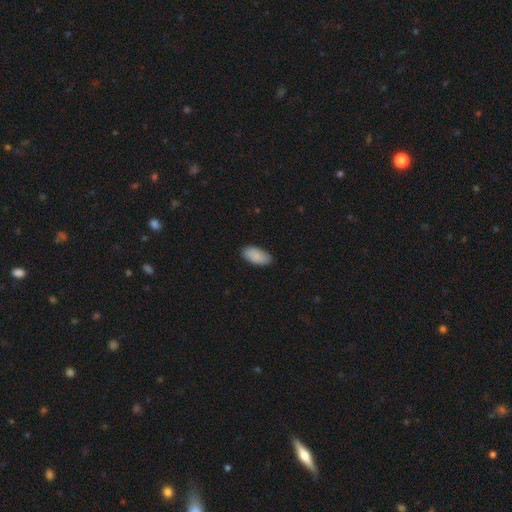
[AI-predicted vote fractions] Morphology: type=smooth (89%); roundness=in between (93%); merging=none (86%).